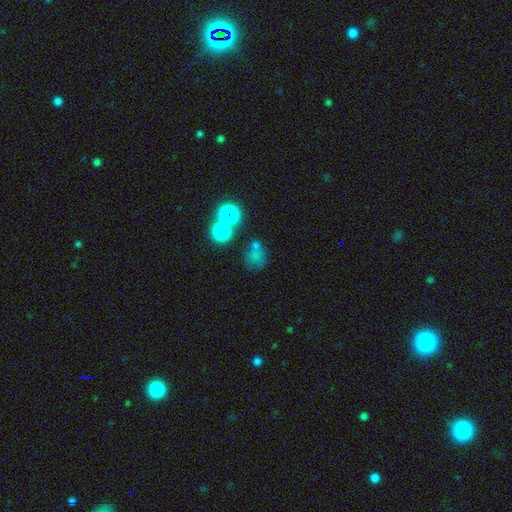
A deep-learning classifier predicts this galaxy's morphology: Smooth or featured?
  - smooth: 63% *
  - star or artifact: 25%
  - featured or disk: 11%
How rounded?
  - round: 77% *
  - in between: 22%
  - cigar-shaped: 1%
Merging?
  - none: 54% *
  - merger: 23%
  - minor disturbance: 14%
  - major disturbance: 9%